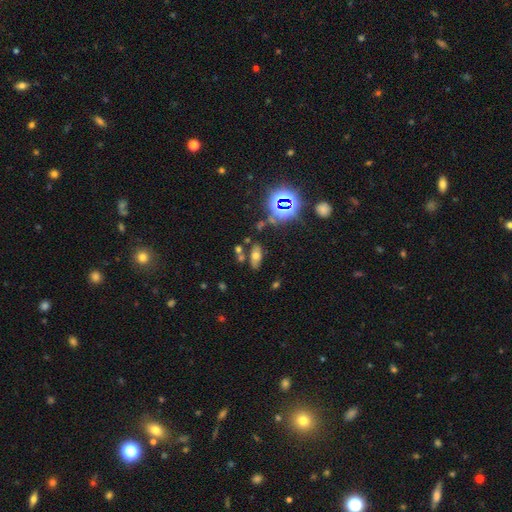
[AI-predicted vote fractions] smooth_or_featured: smooth (p=0.52) [alt: star or artifact p=0.26]
how_rounded: in between (p=0.84) [alt: cigar-shaped p=0.08]
merging: none (p=0.70) [alt: minor disturbance p=0.13]